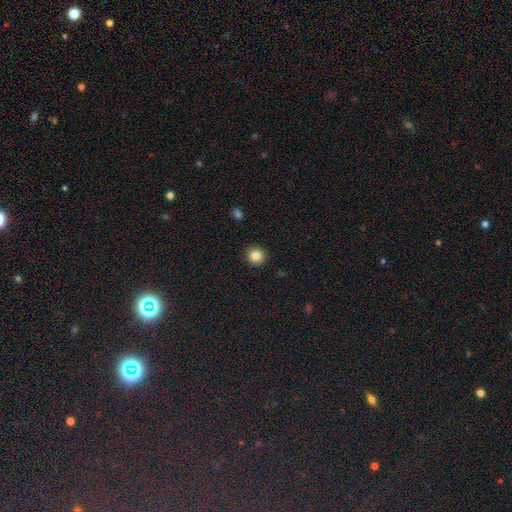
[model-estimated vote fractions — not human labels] smooth_or_featured: smooth (p=0.84) [alt: star or artifact p=0.11]
how_rounded: round (p=0.92) [alt: in between p=0.08]
merging: none (p=0.92) [alt: minor disturbance p=0.06]